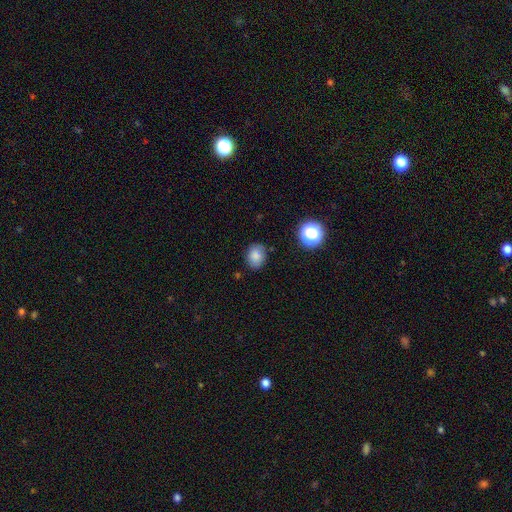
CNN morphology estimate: The model was most divided on "how rounded": in between: 54%, round: 45%, cigar-shaped: 1%. More confident: smooth or featured — smooth (82%); merging — none (79%).